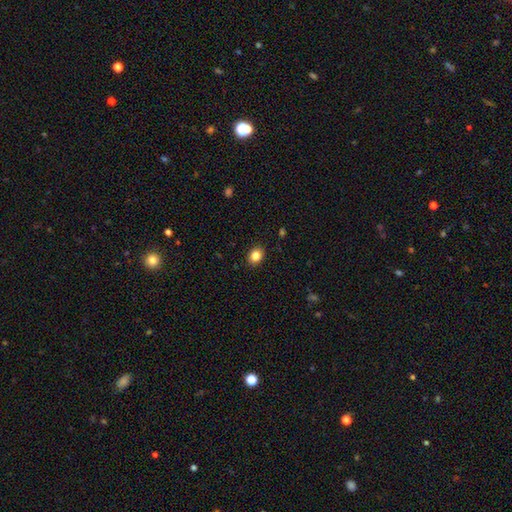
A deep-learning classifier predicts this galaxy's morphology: A smooth galaxy with no disk features (85%) that is in between round and cigar-shaped (52%). Merging: none (89%).